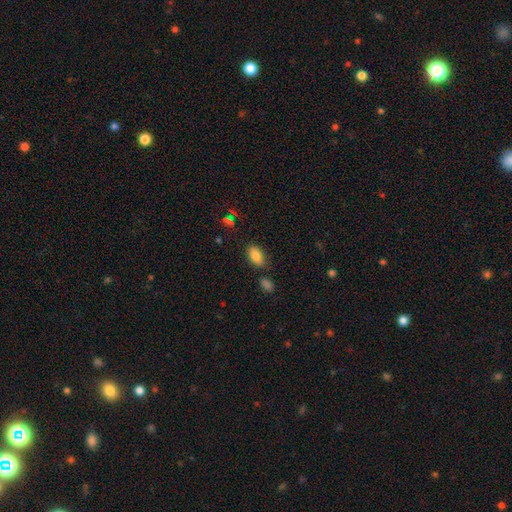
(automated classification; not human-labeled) smooth 82%, star or artifact 9%, featured or disk 9%. Down the decision tree: how rounded — in between (91%); merging — none (74%).